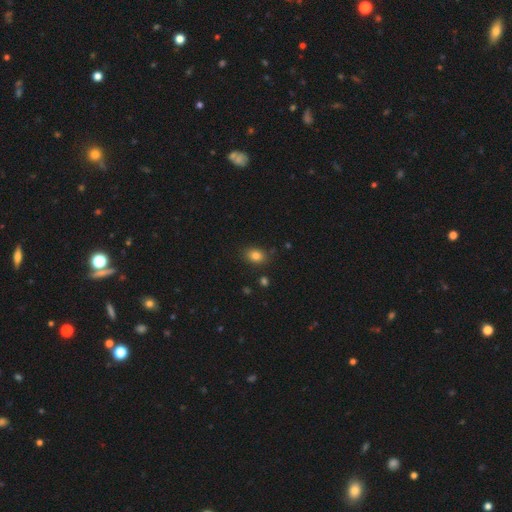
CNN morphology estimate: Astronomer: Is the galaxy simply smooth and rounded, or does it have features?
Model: smooth — 82%.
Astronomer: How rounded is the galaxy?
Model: in between — 70%.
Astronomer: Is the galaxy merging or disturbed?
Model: none — 83%.